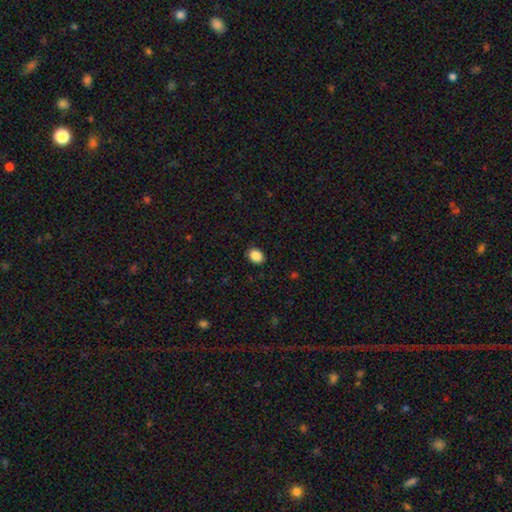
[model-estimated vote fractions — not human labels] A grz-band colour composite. It shows a smooth galaxy with no disk features (88%) that is in between round and cigar-shaped (61%). Merging: none (89%).